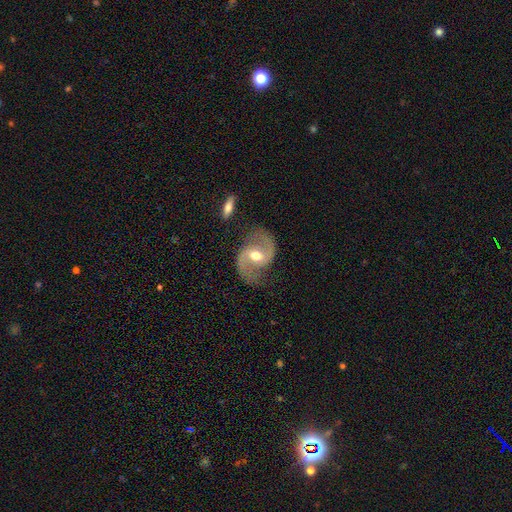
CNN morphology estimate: Smooth or featured? Predicted: featured or disk (p=0.89). Edge-on disk? Predicted: no (p=0.98). Bar? Predicted: weak (p=0.52). Spiral arms? Predicted: yes (p=0.96). Spiral winding? Predicted: medium (p=0.52). Spiral arm count? Predicted: 2 (p=0.93). Bulge size? Predicted: moderate (p=0.76). Merging? Predicted: none (p=0.74).